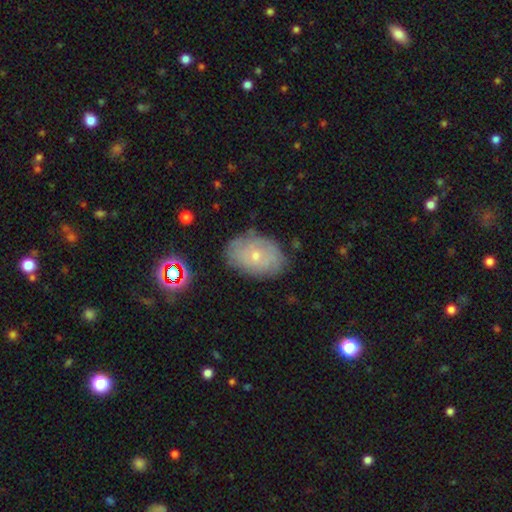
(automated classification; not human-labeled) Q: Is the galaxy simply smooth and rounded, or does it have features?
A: featured or disk — 48%.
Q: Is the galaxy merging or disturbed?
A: none — 76%.